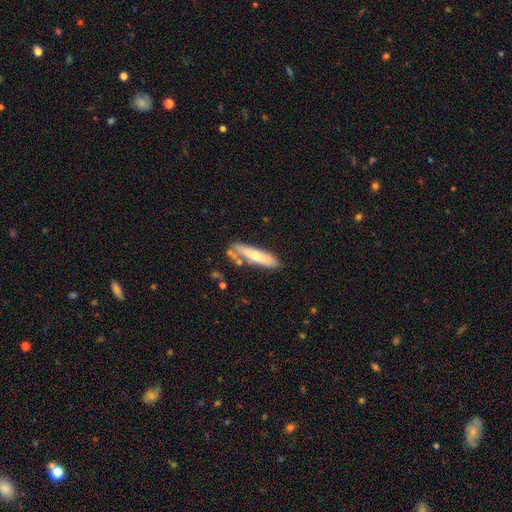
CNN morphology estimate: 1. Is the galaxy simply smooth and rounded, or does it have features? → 60% smooth, 34% featured or disk, 6% star or artifact.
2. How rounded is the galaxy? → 74% cigar-shaped, 25% in between, 2% round.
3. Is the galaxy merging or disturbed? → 68% none, 18% minor disturbance, 10% merger, 5% major disturbance.